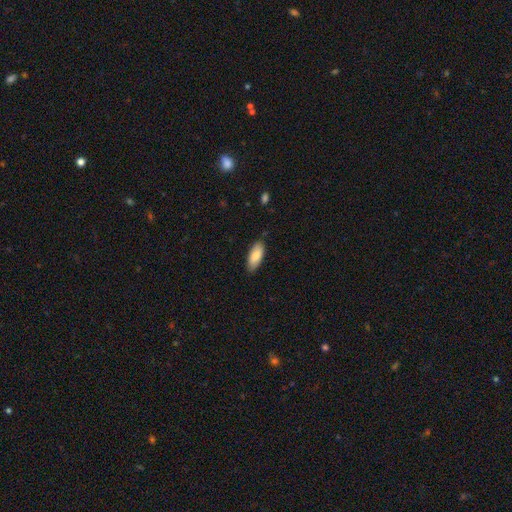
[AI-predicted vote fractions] Smooth or featured: smooth — 83% (featured or disk — 12%)
How rounded: in between — 82% (cigar-shaped — 16%)
Merging: none — 85% (minor disturbance — 12%)